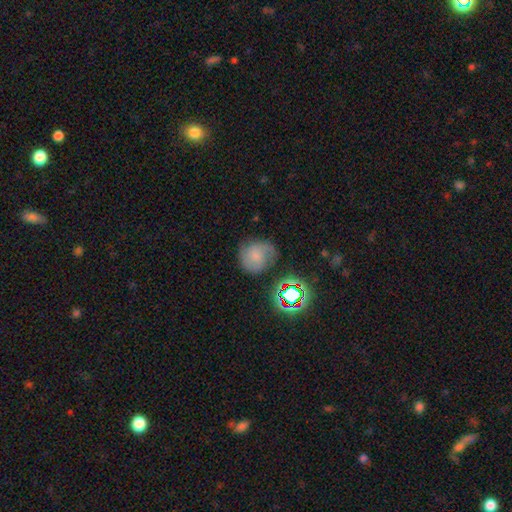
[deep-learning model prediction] This is possibly a smooth galaxy (48%). Merging: likely none (64%).